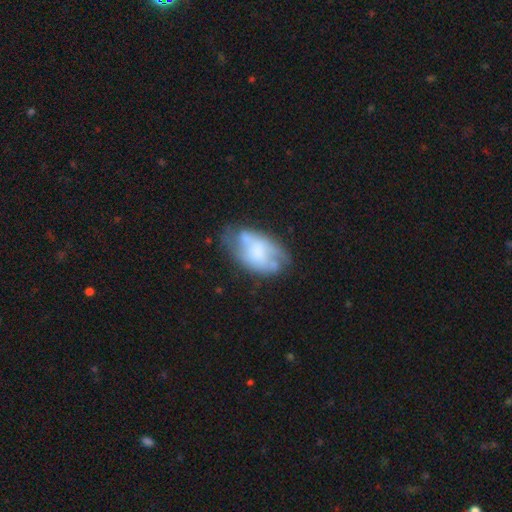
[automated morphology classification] Smooth or featured? Predicted: featured or disk (p=0.52). Edge-on disk? Predicted: no (p=0.95). Merging? Predicted: none (p=0.41).